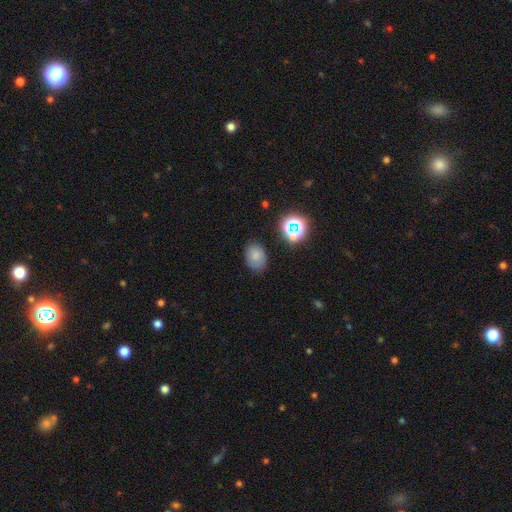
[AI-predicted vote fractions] smooth 76%, star or artifact 15%, featured or disk 9%. Down the decision tree: how rounded — in between (71%); merging — none (80%).